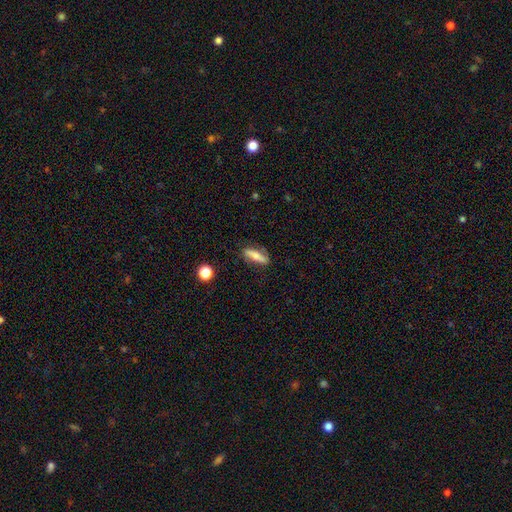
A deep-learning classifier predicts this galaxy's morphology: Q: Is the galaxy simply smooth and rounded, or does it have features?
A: smooth — 59%.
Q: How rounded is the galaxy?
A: cigar-shaped — 56%.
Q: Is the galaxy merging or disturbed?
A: none — 76%.